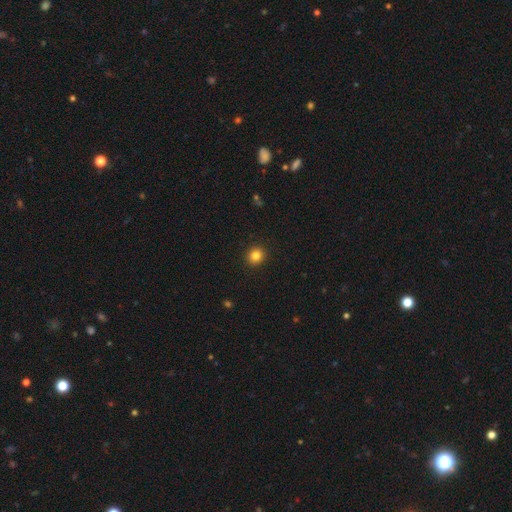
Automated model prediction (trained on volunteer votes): smooth_or_featured: smooth (p=0.84) [alt: star or artifact p=0.11]
how_rounded: round (p=0.85) [alt: in between p=0.14]
merging: none (p=0.92) [alt: minor disturbance p=0.05]